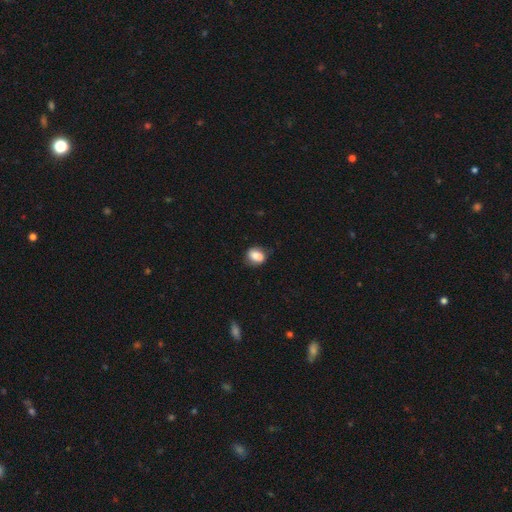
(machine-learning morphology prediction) A smooth galaxy with no disk features (79%) that is in between round and cigar-shaped (66%). Merging: none (65%).